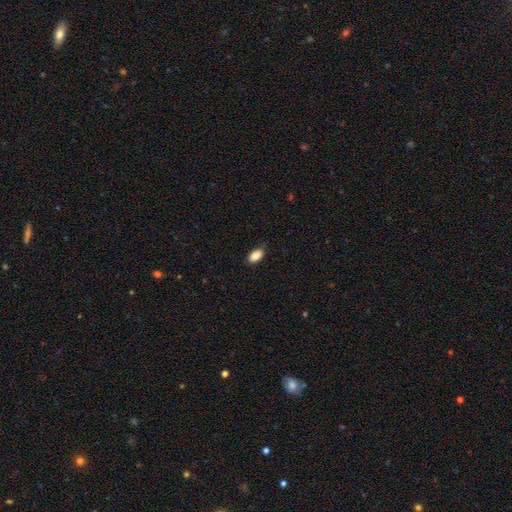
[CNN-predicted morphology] This appears to be a smooth galaxy with no disk features (88%) that is in between round and cigar-shaped (92%). Merging: none (84%).